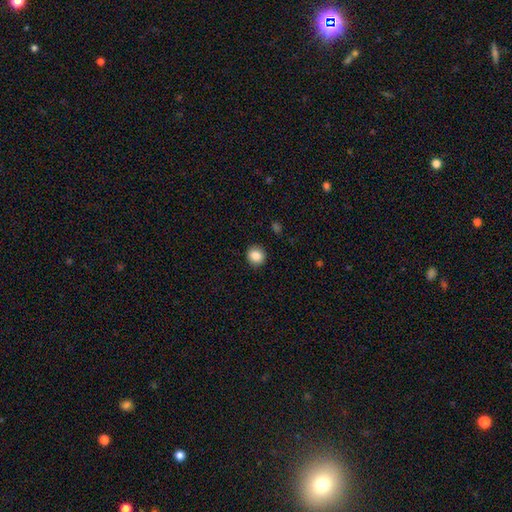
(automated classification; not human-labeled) smooth-or-featured: smooth: 86% | star or artifact: 9% | featured or disk: 5%
  how-rounded: round: 88% | in between: 11% | cigar-shaped: 1%
  merging: none: 91% | minor disturbance: 6% | major disturbance: 2% | merger: 1%